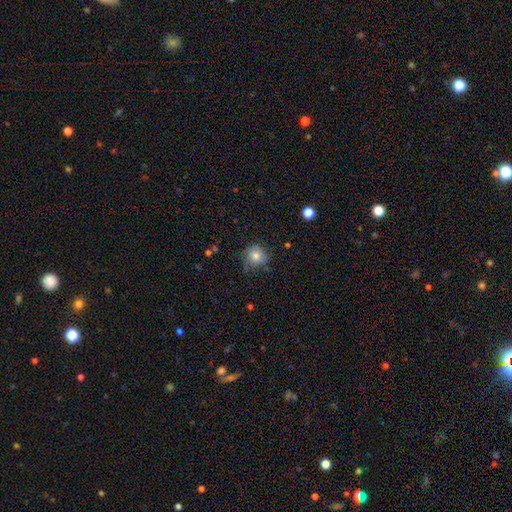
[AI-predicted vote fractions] Smooth or featured? smooth (76%)
How rounded? round (86%)
Merging? none (66%)